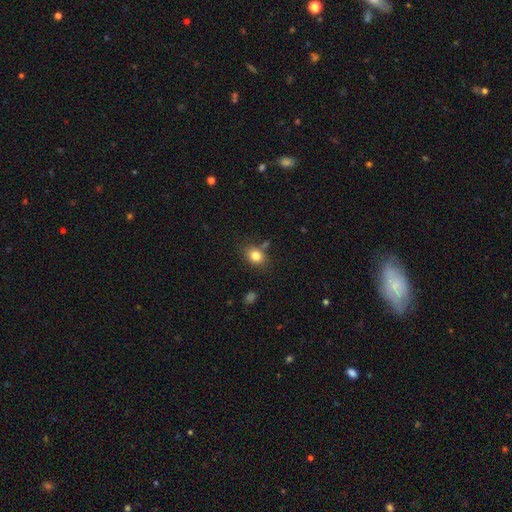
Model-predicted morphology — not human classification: Smooth or featured? Predicted: smooth (p=0.82). How rounded? Predicted: in between (p=0.54). Merging? Predicted: none (p=0.73).